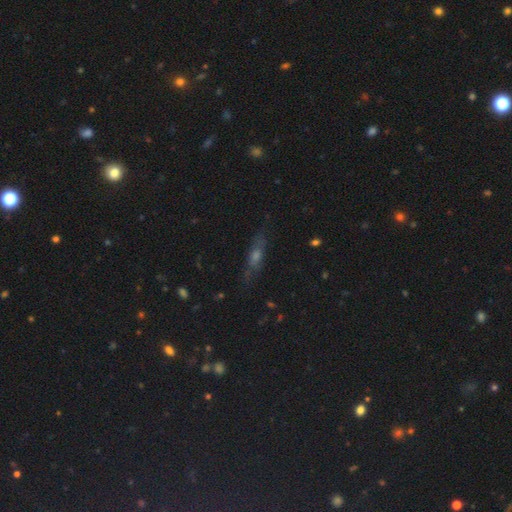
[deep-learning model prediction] smooth-or-featured: featured or disk: 46% | smooth: 36% | star or artifact: 18%
  merging: none: 77% | minor disturbance: 15% | major disturbance: 6% | merger: 2%